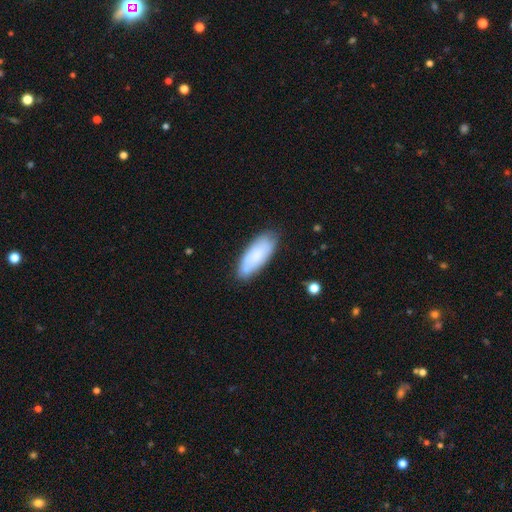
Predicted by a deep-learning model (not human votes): This appears to be a smooth galaxy with no disk features (77%) that is in between round and cigar-shaped (78%). Merging: none (77%).